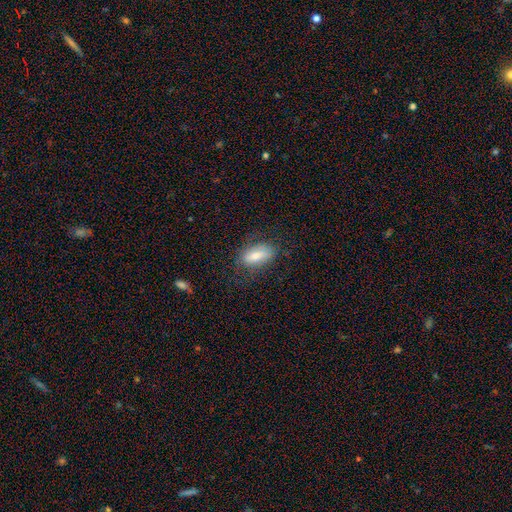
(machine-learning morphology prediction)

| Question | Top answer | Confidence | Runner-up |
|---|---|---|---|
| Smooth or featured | smooth | 66% | featured or disk (26%) |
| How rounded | in between | 86% | cigar-shaped (9%) |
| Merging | none | 70% | minor disturbance (19%) |